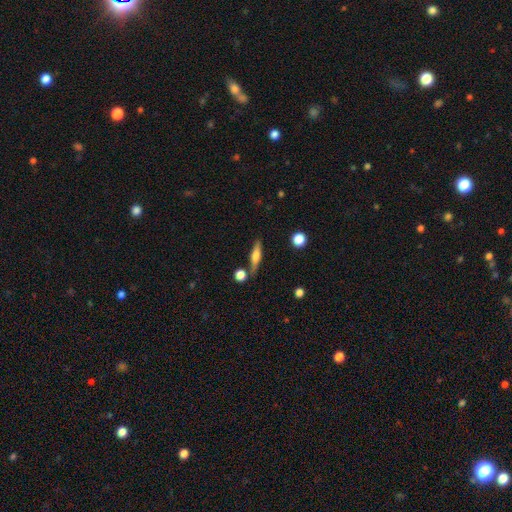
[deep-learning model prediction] A featured or disk galaxy (47%). Merging: none (78%).